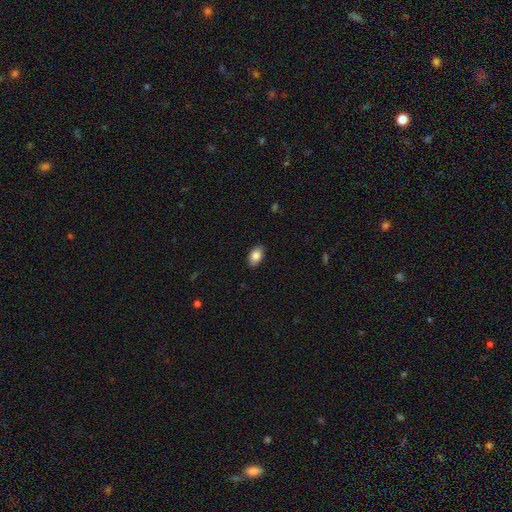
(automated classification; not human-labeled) Smooth or featured? smooth (86%)
How rounded? in between (90%)
Merging? none (88%)